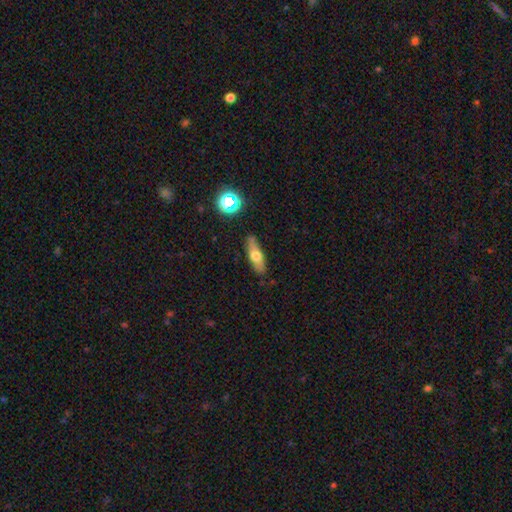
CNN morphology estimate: This is possibly a smooth galaxy (59%). How rounded: possibly cigar-shaped (49%). Merging: clearly none (84%).